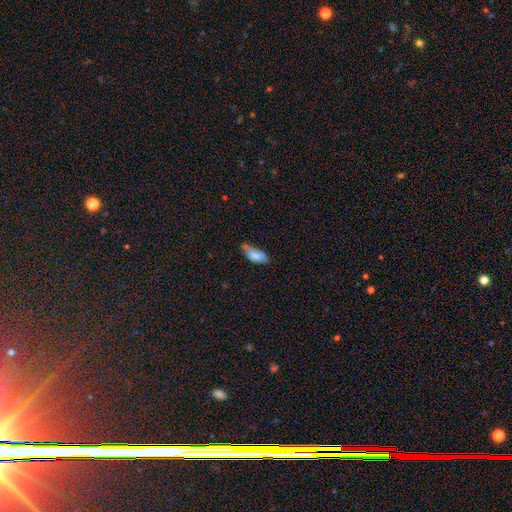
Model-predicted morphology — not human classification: A smooth galaxy with no disk features (77%) that is in between round and cigar-shaped (79%).

Vote fractions:
- Smooth or featured? smooth: 77% / featured or disk: 16% / star or artifact: 8%
- How rounded? in between: 79% / cigar-shaped: 19% / round: 2%
- Merging? none: 50% / minor disturbance: 34% / major disturbance: 8% / merger: 8%